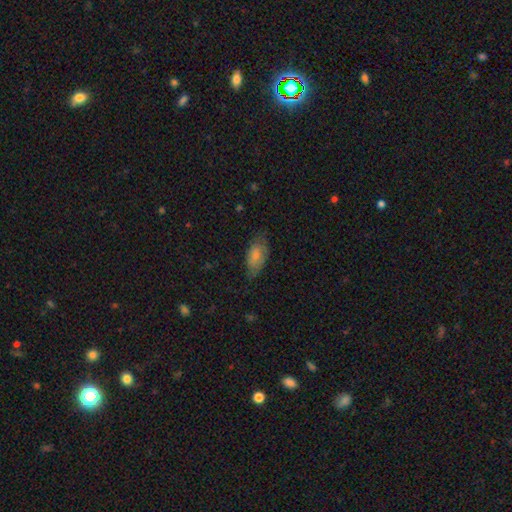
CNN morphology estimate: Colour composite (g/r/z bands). It shows a smooth galaxy with no disk features (76%) that is in between round and cigar-shaped (91%). Merging: none (60%).